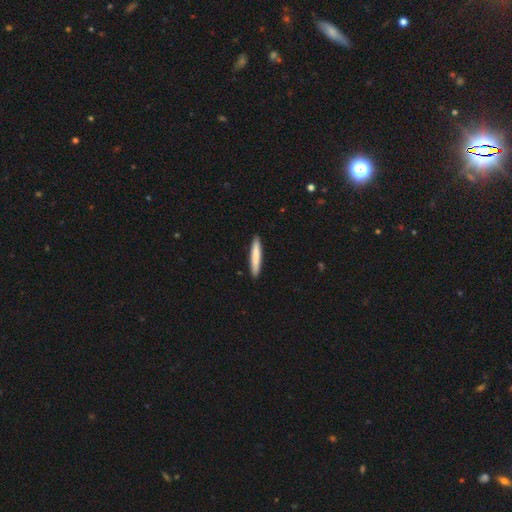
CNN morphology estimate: The model was most divided on "smooth or featured": smooth: 78%, featured or disk: 17%, star or artifact: 5%. More confident: how rounded — cigar-shaped (94%); merging — none (91%).